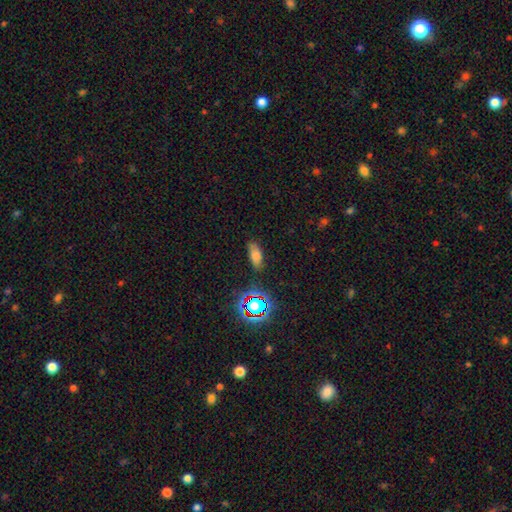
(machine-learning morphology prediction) Smooth or featured? Predicted: smooth (p=0.71). How rounded? Predicted: in between (p=0.82). Merging? Predicted: none (p=0.79).